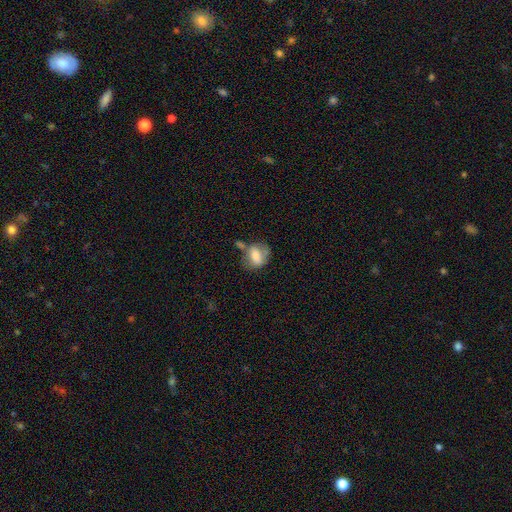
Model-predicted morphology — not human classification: Smooth or featured?
  - smooth: 62% *
  - featured or disk: 30%
  - star or artifact: 8%
How rounded?
  - in between: 61% *
  - round: 38%
  - cigar-shaped: 2%
Merging?
  - none: 44% *
  - minor disturbance: 23%
  - merger: 21%
  - major disturbance: 11%